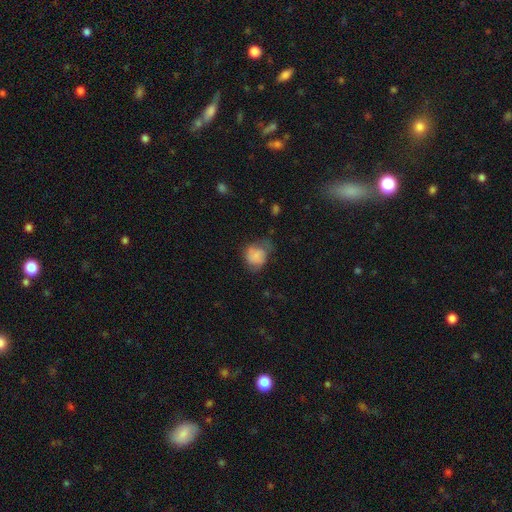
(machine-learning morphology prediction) smooth_or_featured: smooth (p=0.70) [alt: featured or disk p=0.21]
how_rounded: round (p=0.64) [alt: in between p=0.35]
merging: none (p=0.40) [alt: minor disturbance p=0.35]